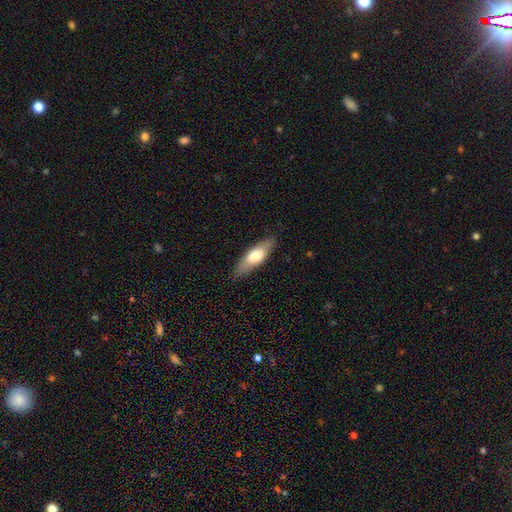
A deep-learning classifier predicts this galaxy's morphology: smooth 65%, featured or disk 29%, star or artifact 5%. Down the decision tree: how rounded — in between (55%); merging — none (85%).